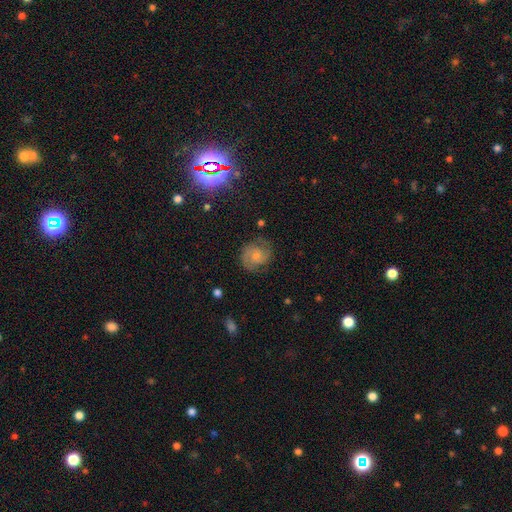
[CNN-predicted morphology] featured or disk 68%, smooth 23%, star or artifact 8%. Down the decision tree: edge-on disk — no (98%); bar — no (57%); spiral arms — yes (94%); spiral arm count — 2 (86%); spiral winding — medium (49%); bulge size — small (46%); merging — none (77%).